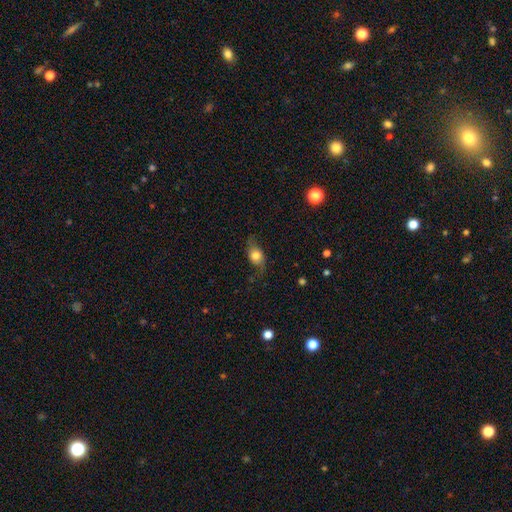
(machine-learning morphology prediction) Smooth or featured? smooth (56%)
How rounded? in between (63%)
Merging? none (64%)